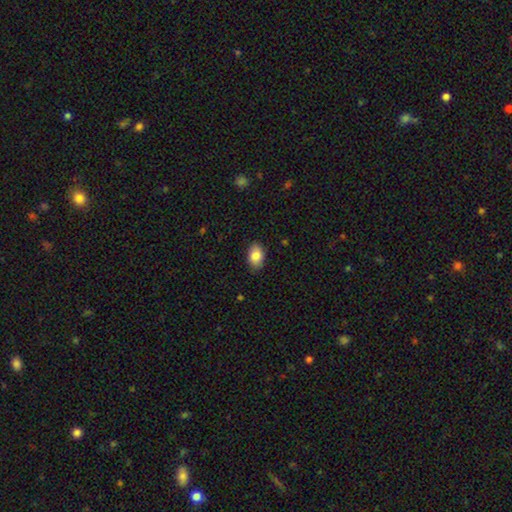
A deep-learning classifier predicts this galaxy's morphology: A smooth galaxy with no disk features (86%) that is in between round and cigar-shaped (87%).

Vote fractions:
- Smooth or featured? smooth: 86% / star or artifact: 7% / featured or disk: 7%
- How rounded? in between: 87% / round: 12% / cigar-shaped: 1%
- Merging? none: 86% / minor disturbance: 11% / major disturbance: 2% / merger: 1%